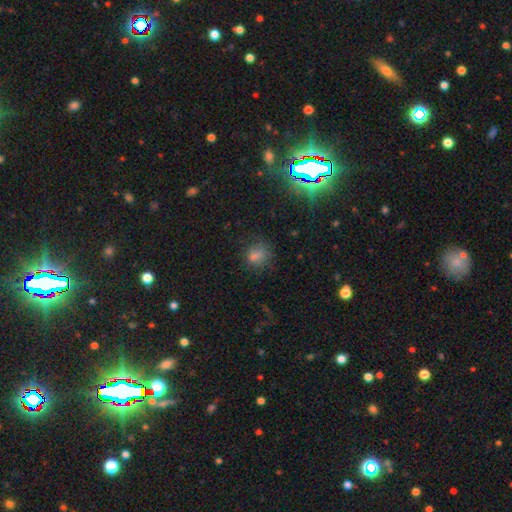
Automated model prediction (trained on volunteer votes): Overall: smooth (68%). How rounded: round (56%; in between 42%). Merging: none (64%).